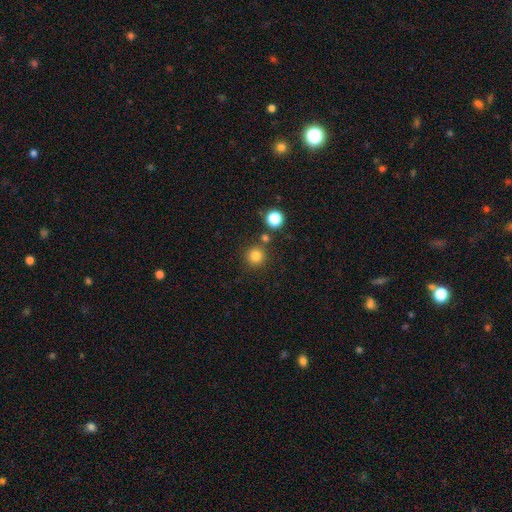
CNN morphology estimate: This is clearly a smooth galaxy (81%). How rounded: clearly round (94%). Merging: clearly none (81%).